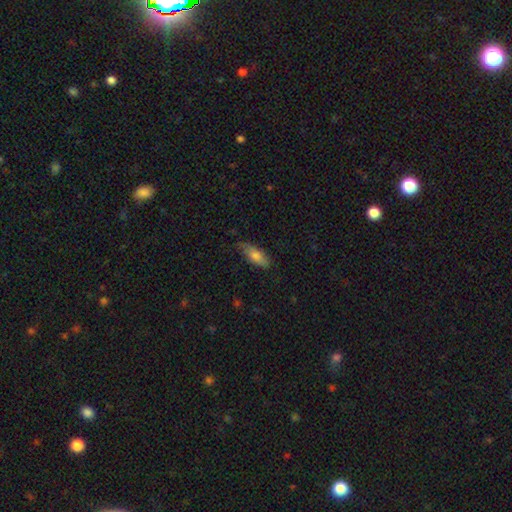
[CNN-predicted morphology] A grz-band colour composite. It shows a smooth galaxy with no disk features (73%) that is in between round and cigar-shaped (69%). Merging: none (63%).